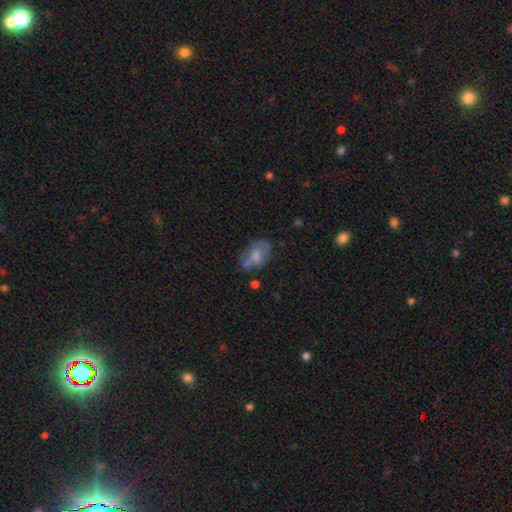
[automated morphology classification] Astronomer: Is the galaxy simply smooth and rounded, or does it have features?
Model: smooth — 58% (runner-up: featured or disk, 33%).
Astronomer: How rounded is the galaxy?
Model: in between — 81%.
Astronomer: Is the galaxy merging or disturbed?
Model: none — 39% (runner-up: minor disturbance, 26%).